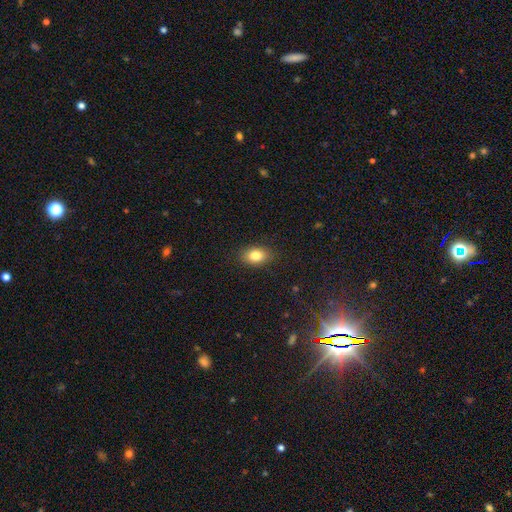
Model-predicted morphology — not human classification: smooth 82%, star or artifact 9%, featured or disk 9%. Down the decision tree: how rounded — in between (82%); merging — none (87%).